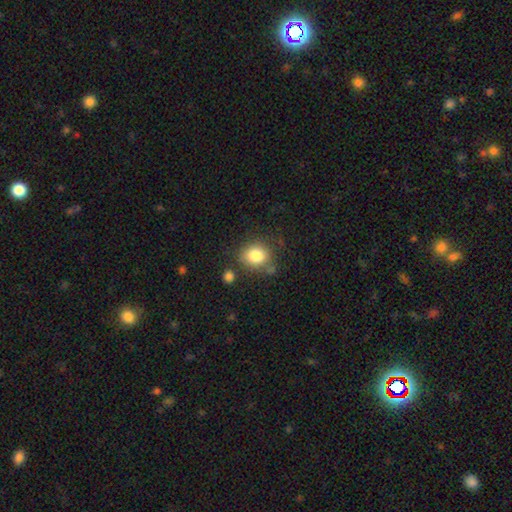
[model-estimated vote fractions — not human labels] smooth_or_featured: smooth (p=0.82) [alt: star or artifact p=0.10]
how_rounded: round (p=0.69) [alt: in between p=0.30]
merging: none (p=0.70) [alt: minor disturbance p=0.16]